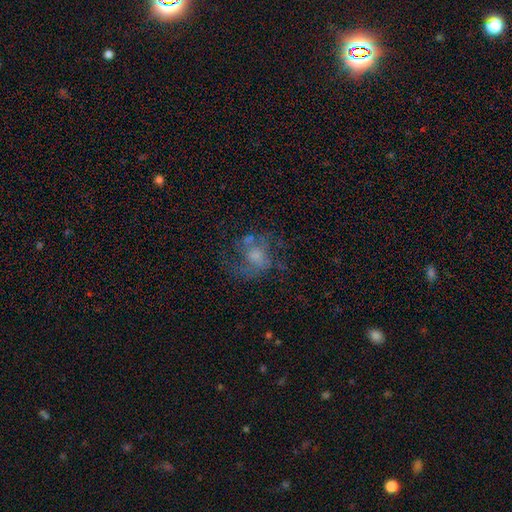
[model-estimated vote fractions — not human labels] This appears to be a featured or disk galaxy (59%) with no bar (72%), spiral arms (68%) and a moderate central bulge (40%). Merging: none (48%).